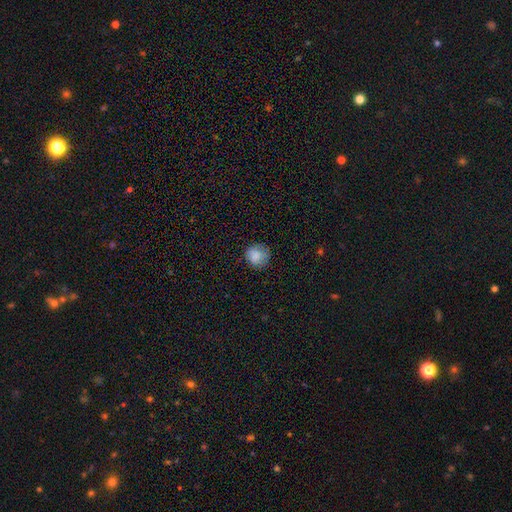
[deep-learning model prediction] This is clearly a smooth galaxy (82%). How rounded: clearly round (86%). Merging: likely none (74%).